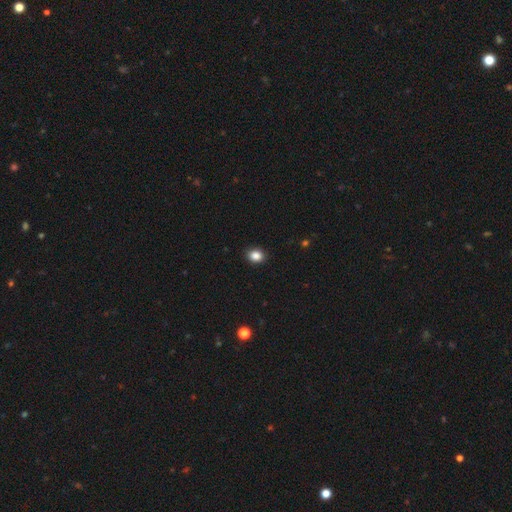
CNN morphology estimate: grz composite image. It shows a smooth galaxy with no disk features (87%) that is round (55%). Merging: none (91%).